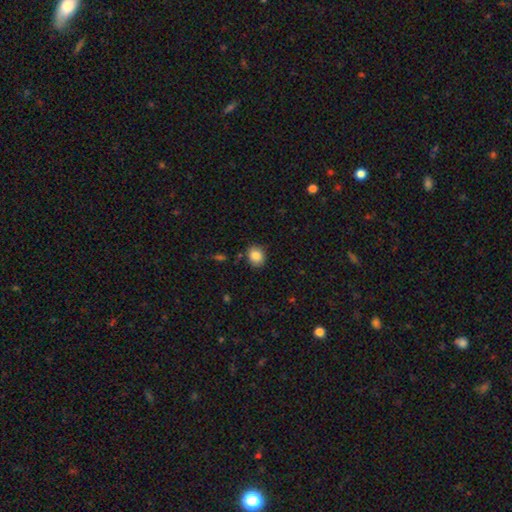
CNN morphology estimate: This is clearly a smooth galaxy (85%). How rounded: likely round (68%). Merging: clearly none (84%).